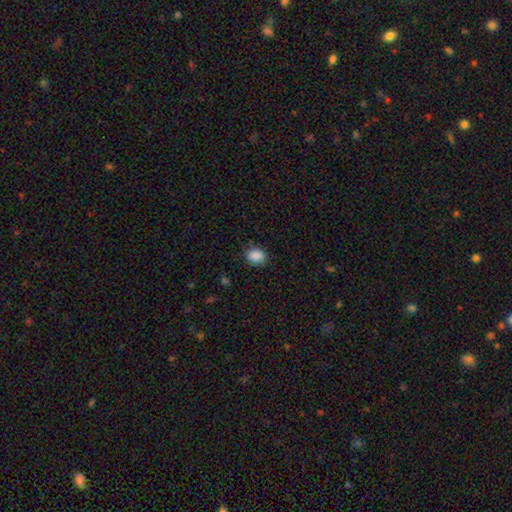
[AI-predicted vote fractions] smooth 88%, star or artifact 9%, featured or disk 3%. Down the decision tree: how rounded — round (56%); merging — none (81%).